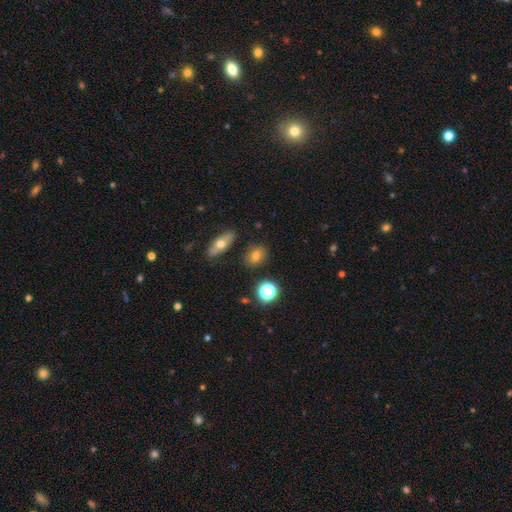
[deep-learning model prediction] Smooth or featured? smooth (72%)
How rounded? in between (53%)
Merging? none (83%)